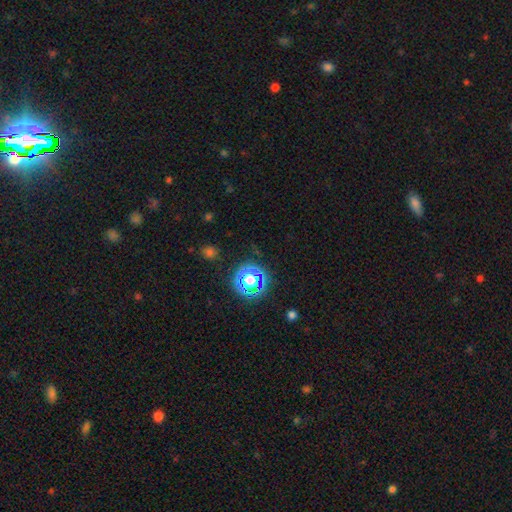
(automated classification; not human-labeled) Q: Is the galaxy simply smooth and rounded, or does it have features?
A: star or artifact — 71%.